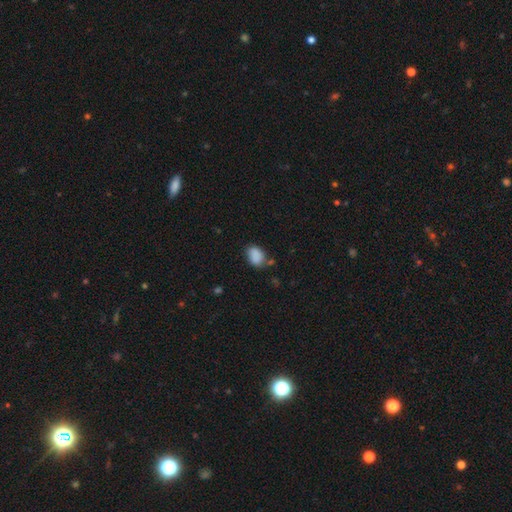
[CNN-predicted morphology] This is clearly a smooth galaxy (87%). How rounded: likely in between (77%). Merging: likely none (66%).